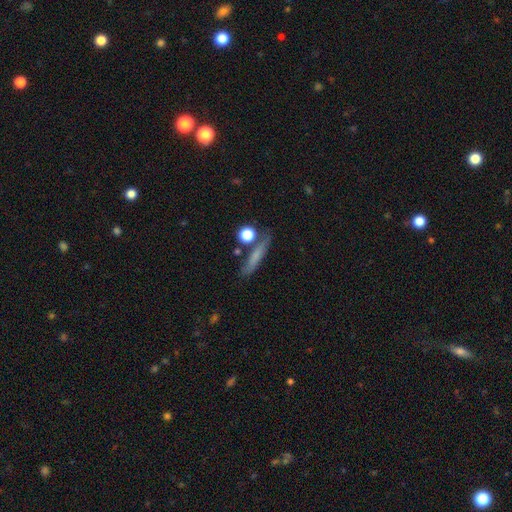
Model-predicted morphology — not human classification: Smooth or featured? Predicted: smooth (p=0.65). How rounded? Predicted: cigar-shaped (p=0.75). Merging? Predicted: none (p=0.72).